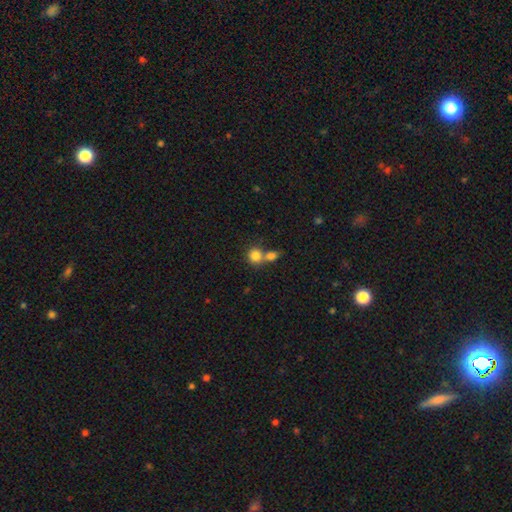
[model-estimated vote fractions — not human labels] Overall: smooth (82%). How rounded: round (81%). Merging: merger (49%; none 40%).